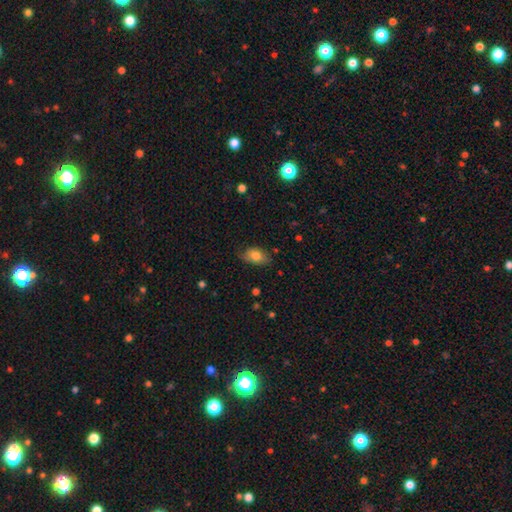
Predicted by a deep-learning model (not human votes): smooth_or_featured: smooth (p=0.79) [alt: featured or disk p=0.13]
how_rounded: in between (p=0.89) [alt: round p=0.09]
merging: none (p=0.71) [alt: minor disturbance p=0.23]